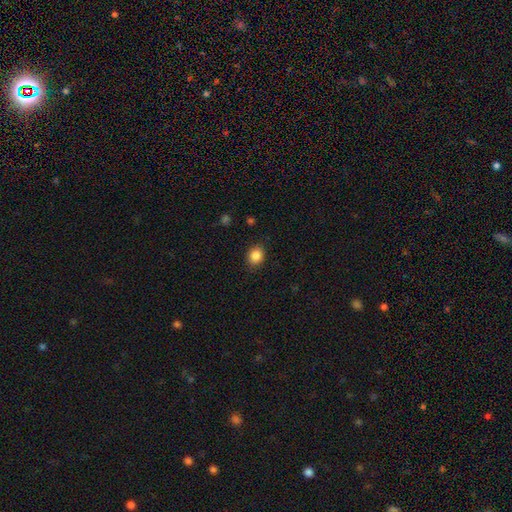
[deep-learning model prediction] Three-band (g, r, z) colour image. It shows a smooth galaxy with no disk features (86%) that is round (52%). Merging: none (85%).